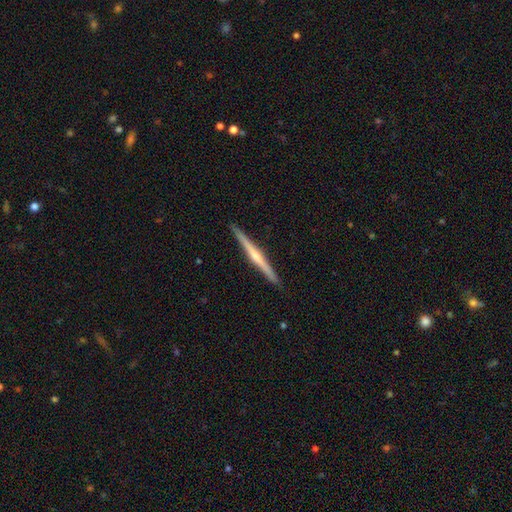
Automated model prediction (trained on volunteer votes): smooth_or_featured: featured or disk (p=0.74) [alt: smooth p=0.21]
disk_edge_on: yes (p=0.98) [alt: no p=0.02]
edge_on_bulge: rounded (p=0.70) [alt: none p=0.23]
merging: none (p=0.92) [alt: minor disturbance p=0.06]